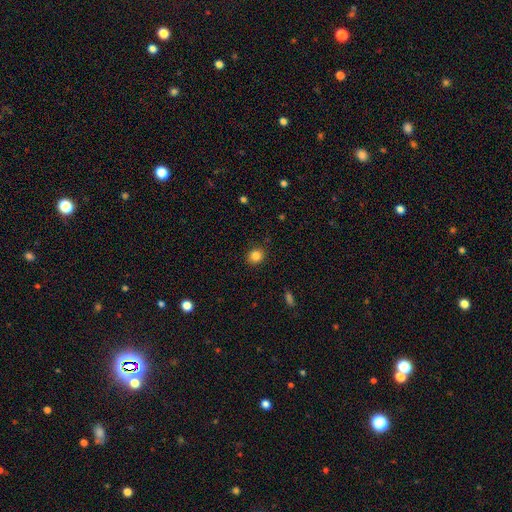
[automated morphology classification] This is clearly a smooth galaxy (85%). How rounded: likely round (77%). Merging: clearly none (88%).